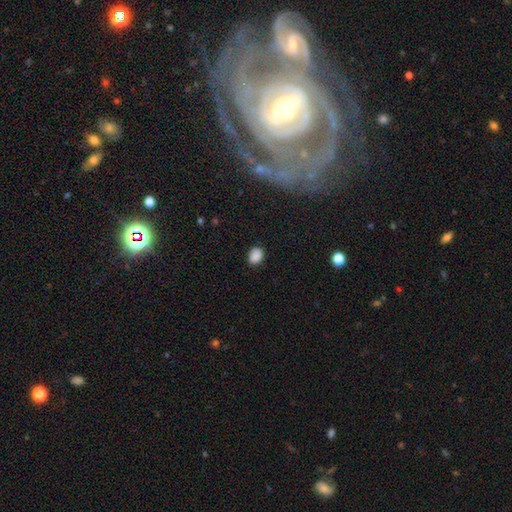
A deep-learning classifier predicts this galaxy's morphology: A smooth galaxy with no disk features (87%) that is in between round and cigar-shaped (70%). Merging: none (82%).